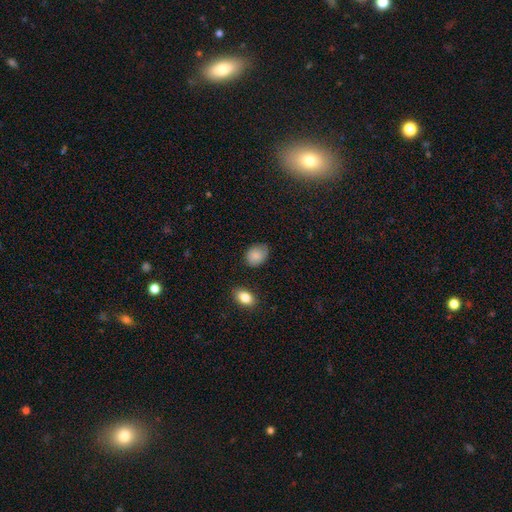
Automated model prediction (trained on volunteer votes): Smooth or featured: smooth — 85% (star or artifact — 8%)
How rounded: in between — 64% (round — 35%)
Merging: none — 70% (minor disturbance — 23%)